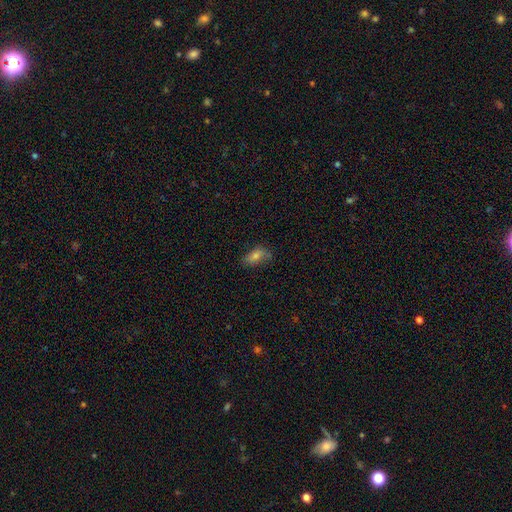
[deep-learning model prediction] Morphology: type=smooth (70%); roundness=in between (84%); merging=none (71%).